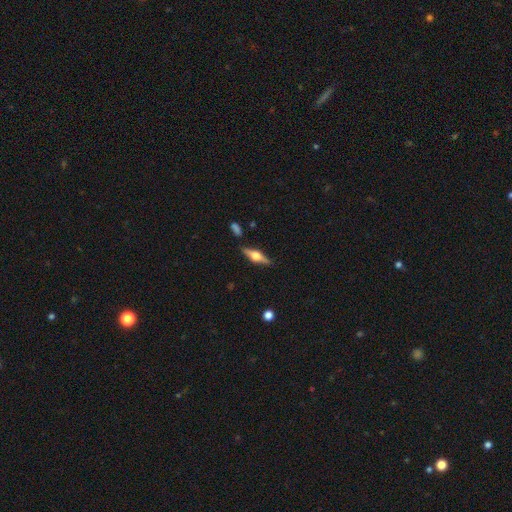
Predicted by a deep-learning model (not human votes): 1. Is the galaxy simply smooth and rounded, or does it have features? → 68% featured or disk, 26% smooth, 6% star or artifact.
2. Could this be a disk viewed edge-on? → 96% yes, 4% no.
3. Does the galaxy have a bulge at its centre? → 93% rounded, 6% boxy, 1% none.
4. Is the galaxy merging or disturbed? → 86% none, 10% minor disturbance, 2% major disturbance, 2% merger.